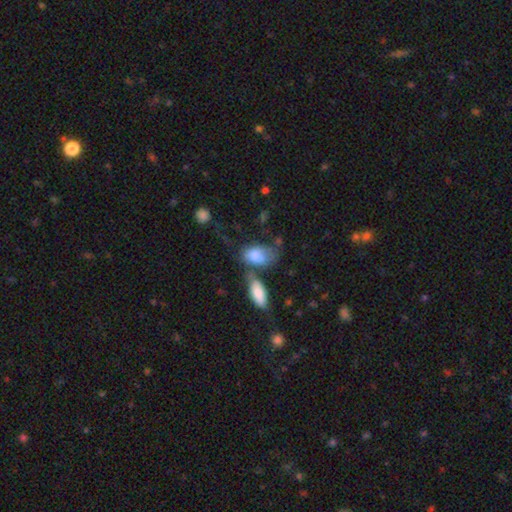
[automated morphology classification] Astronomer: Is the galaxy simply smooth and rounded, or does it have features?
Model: smooth — 80%.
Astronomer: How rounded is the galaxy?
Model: in between — 91%.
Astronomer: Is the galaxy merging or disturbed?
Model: merger — 35% (runner-up: none, 26%).